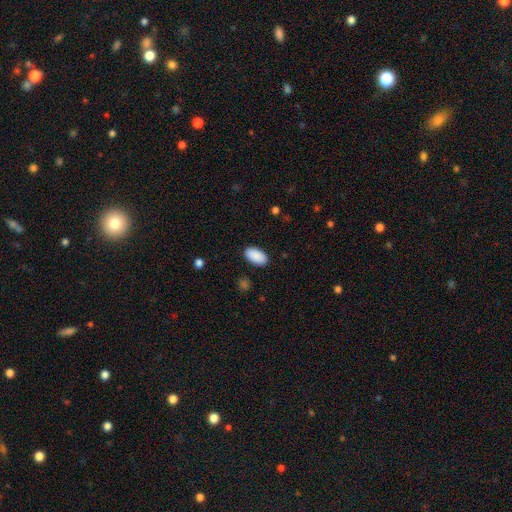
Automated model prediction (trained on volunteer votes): smooth-or-featured: smooth: 91% | star or artifact: 6% | featured or disk: 3%
  how-rounded: in between: 95% | round: 3% | cigar-shaped: 2%
  merging: none: 89% | minor disturbance: 8% | major disturbance: 2% | merger: 1%